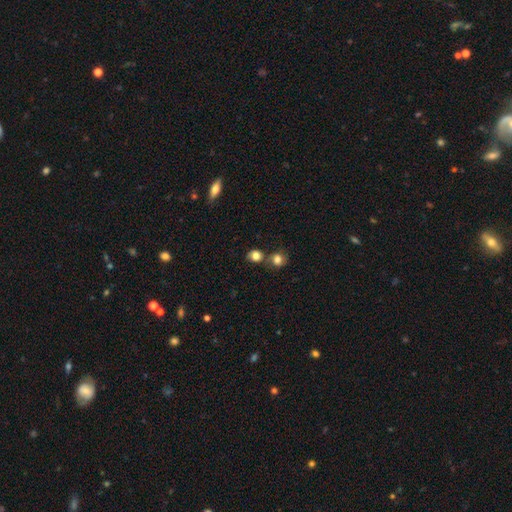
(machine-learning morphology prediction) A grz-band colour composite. It shows a smooth galaxy with no disk features (81%) that is round (74%). Merging: none (57%).